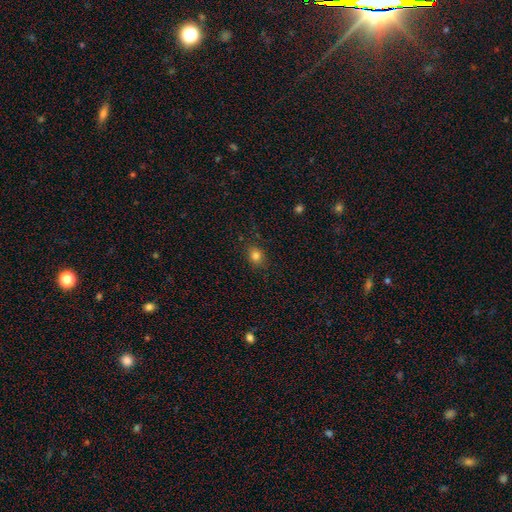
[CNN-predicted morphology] smooth-or-featured: smooth: 81% | star or artifact: 13% | featured or disk: 6%
  how-rounded: round: 55% | in between: 44% | cigar-shaped: 1%
  merging: none: 85% | minor disturbance: 11% | major disturbance: 3% | merger: 1%